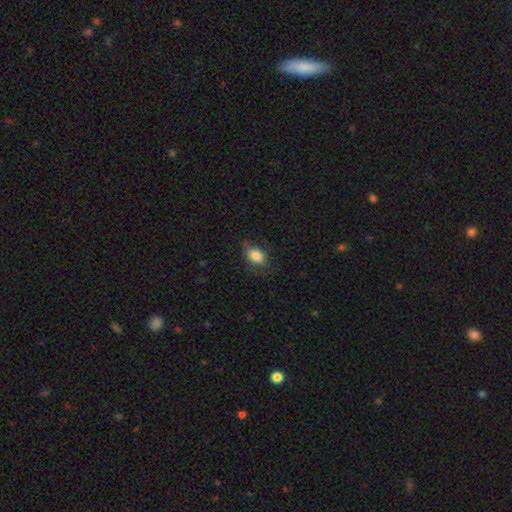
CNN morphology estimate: Q: Smooth or featured?
A: smooth (83%); runner-up: featured or disk (8%)
Q: How rounded?
A: in between (80%); runner-up: round (19%)
Q: Merging?
A: none (69%); runner-up: minor disturbance (22%)